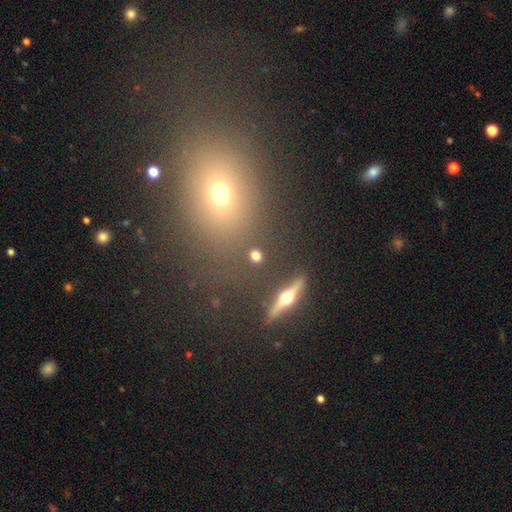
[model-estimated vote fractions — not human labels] smooth_or_featured: smooth (p=0.70) [alt: featured or disk p=0.16]
how_rounded: round (p=0.76) [alt: in between p=0.18]
merging: none (p=0.87) [alt: minor disturbance p=0.06]